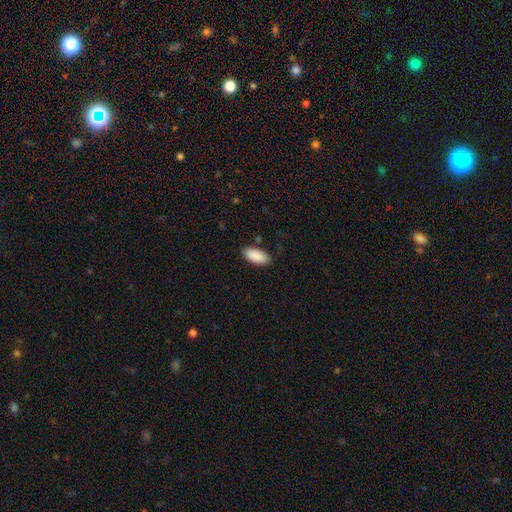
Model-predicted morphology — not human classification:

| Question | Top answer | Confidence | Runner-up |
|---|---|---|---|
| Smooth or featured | smooth | 91% | star or artifact (6%) |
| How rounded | in between | 92% | cigar-shaped (7%) |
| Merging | none | 86% | minor disturbance (11%) |